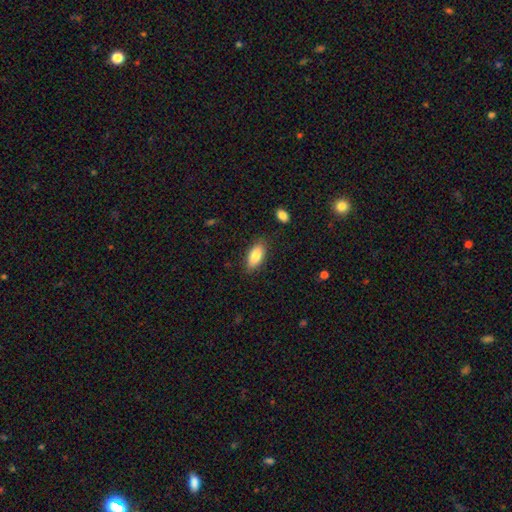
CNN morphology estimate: A smooth galaxy with no disk features (84%) that is in between round and cigar-shaped (89%). Merging: none (84%).